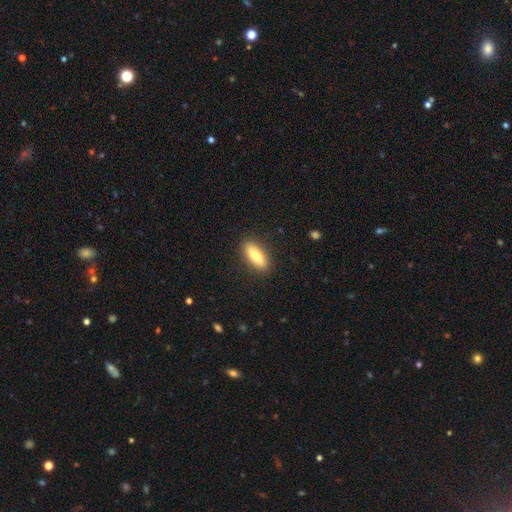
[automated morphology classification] smooth_or_featured: smooth (p=0.74) [alt: featured or disk p=0.19]
how_rounded: in between (p=0.66) [alt: cigar-shaped p=0.31]
merging: none (p=0.89) [alt: minor disturbance p=0.08]